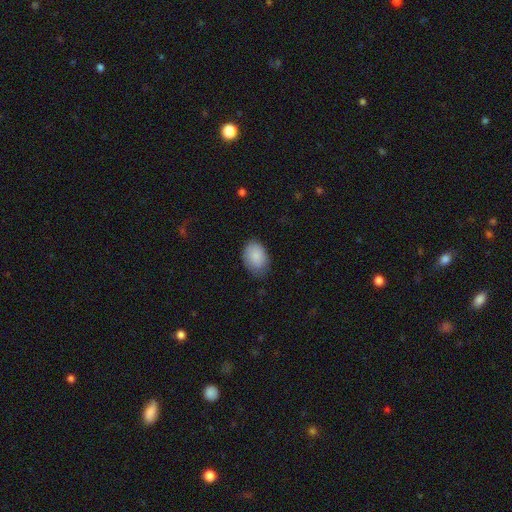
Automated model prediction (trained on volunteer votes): Smooth or featured? smooth (88%)
How rounded? in between (86%)
Merging? none (70%)